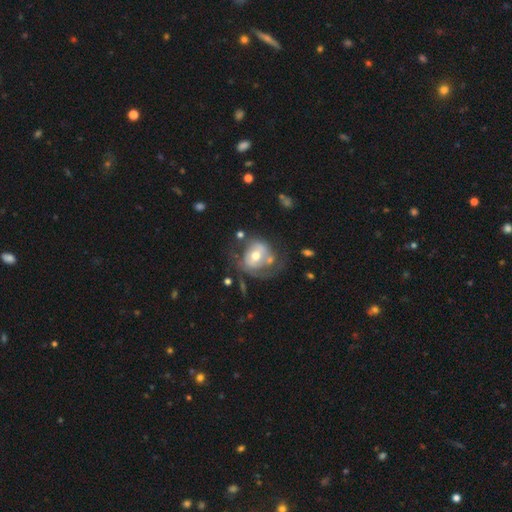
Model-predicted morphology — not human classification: This is possibly a featured or disk galaxy (59%). It is clearly not viewed edge-on (96%). Bar: possibly no (53%). Spiral arm pattern: possibly yes (50%, tied with no). Central bulge: likely moderate (71%). Merging: marginally none (40%).